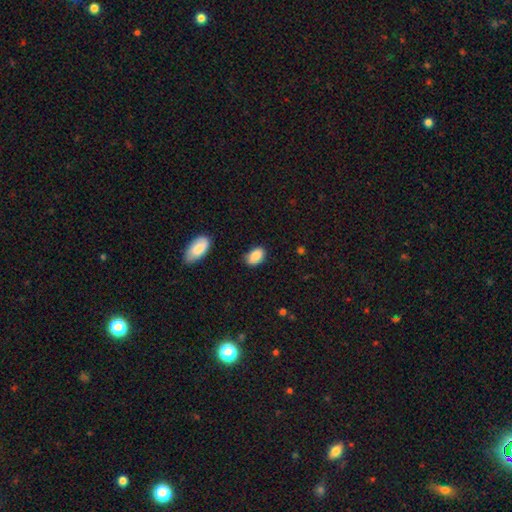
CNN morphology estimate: A smooth galaxy with no disk features (87%) that is in between round and cigar-shaped (90%). Merging: none (69%).